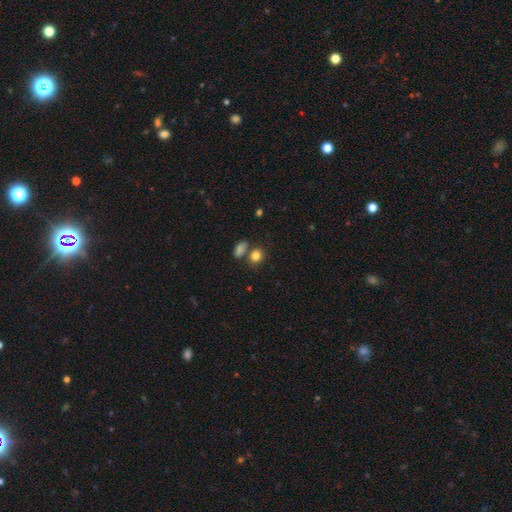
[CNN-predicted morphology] smooth 83%, star or artifact 11%, featured or disk 6%. Down the decision tree: how rounded — round (63%); merging — none (61%).